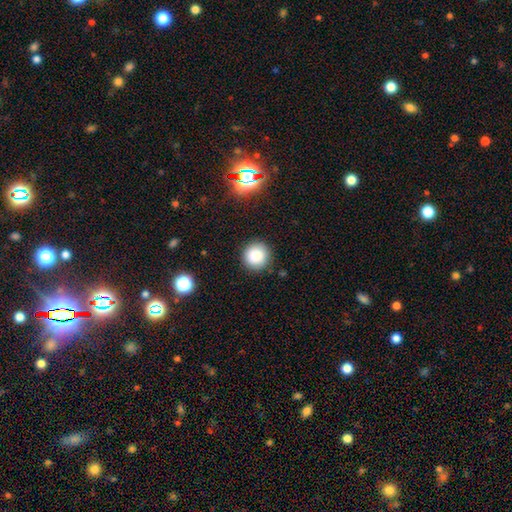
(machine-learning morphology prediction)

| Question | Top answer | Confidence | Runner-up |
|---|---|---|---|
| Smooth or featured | smooth | 84% | star or artifact (11%) |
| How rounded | round | 93% | in between (6%) |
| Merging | none | 89% | minor disturbance (7%) |